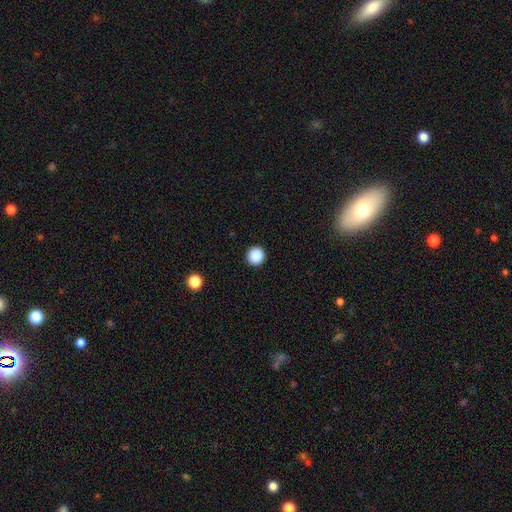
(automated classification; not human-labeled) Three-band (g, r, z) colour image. It shows a smooth galaxy with no disk features (89%) that is round (96%). Merging: none (93%).